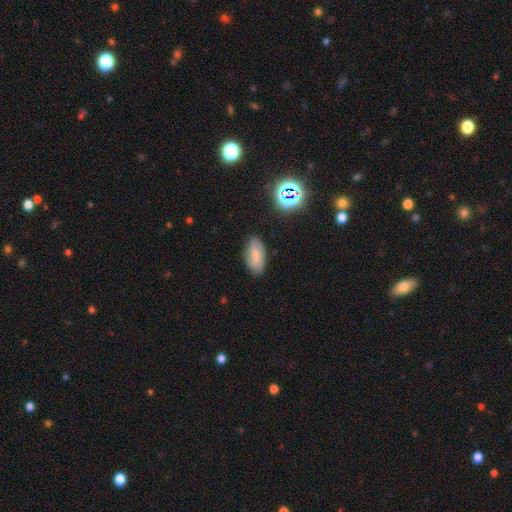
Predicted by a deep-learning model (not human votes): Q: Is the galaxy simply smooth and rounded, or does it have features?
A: smooth — 65%.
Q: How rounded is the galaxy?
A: in between — 91%.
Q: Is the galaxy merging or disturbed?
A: none — 80%.